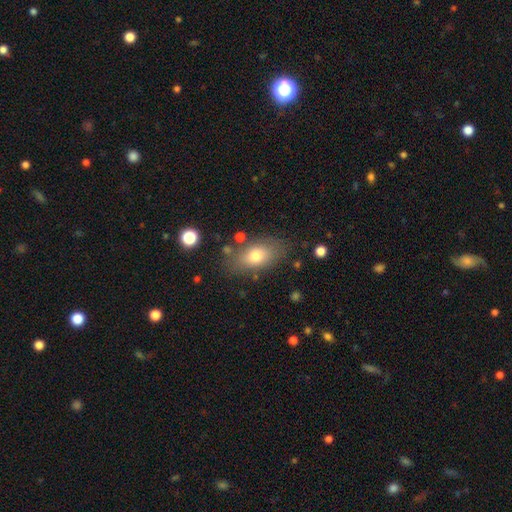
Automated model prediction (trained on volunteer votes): smooth_or_featured: smooth (p=0.73) [alt: featured or disk p=0.18]
how_rounded: in between (p=0.82) [alt: round p=0.13]
merging: none (p=0.74) [alt: minor disturbance p=0.15]